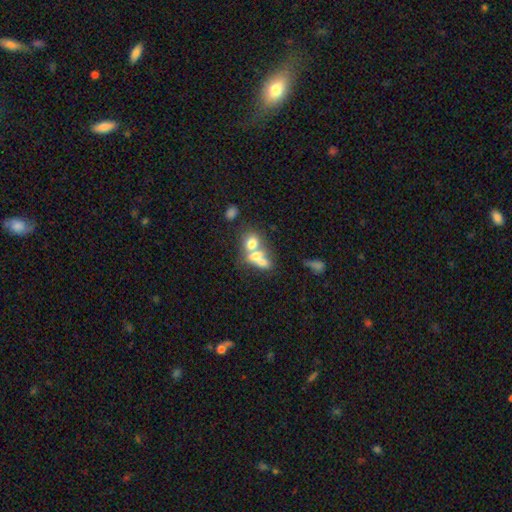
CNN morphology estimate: smooth-or-featured: smooth: 63% | featured or disk: 25% | star or artifact: 12%
  how-rounded: in between: 61% | round: 36% | cigar-shaped: 3%
  merging: merger: 66% | none: 20% | minor disturbance: 7% | major disturbance: 6%